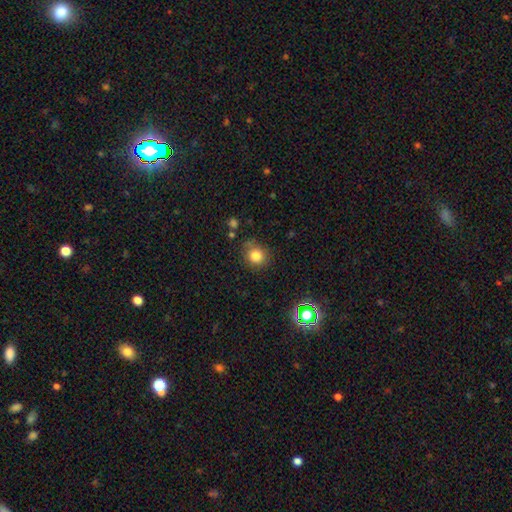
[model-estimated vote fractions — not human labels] smooth_or_featured: smooth (p=0.81) [alt: star or artifact p=0.13]
how_rounded: round (p=0.82) [alt: in between p=0.17]
merging: none (p=0.75) [alt: minor disturbance p=0.17]